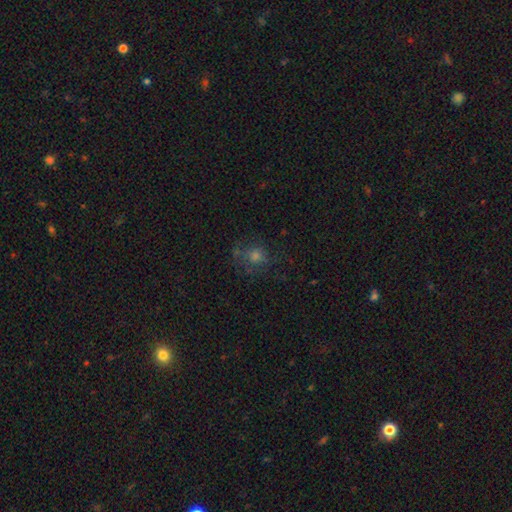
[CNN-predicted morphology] The model was most divided on "smooth or featured": smooth: 55%, star or artifact: 26%, featured or disk: 20%. More confident: how rounded — round (78%); merging — none (63%).